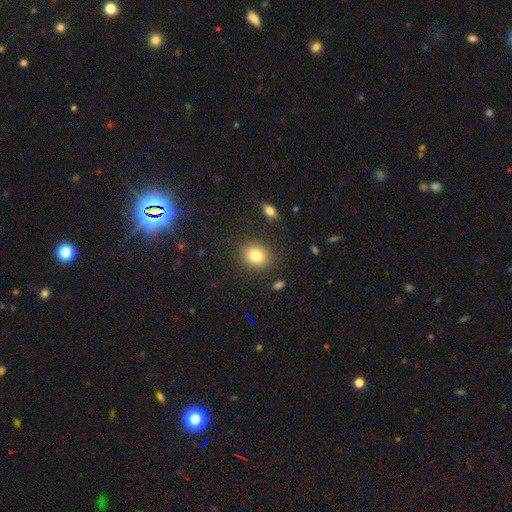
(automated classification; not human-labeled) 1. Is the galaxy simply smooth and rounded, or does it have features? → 81% smooth, 10% star or artifact, 8% featured or disk.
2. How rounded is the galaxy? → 70% round, 29% in between, 1% cigar-shaped.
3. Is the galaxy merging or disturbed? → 87% none, 8% minor disturbance, 3% major disturbance, 2% merger.